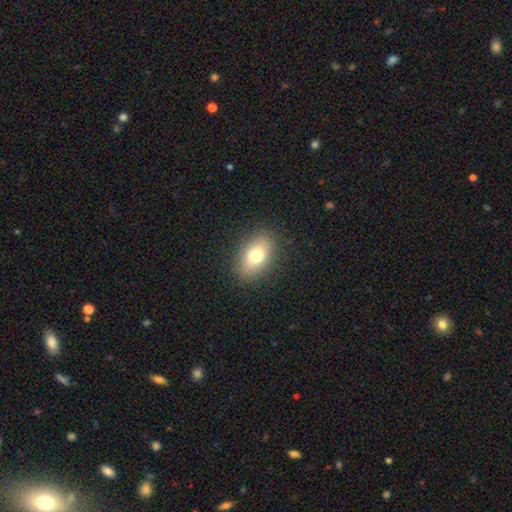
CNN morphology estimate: smooth 75%, featured or disk 15%, star or artifact 10%. Down the decision tree: how rounded — in between (85%); merging — none (87%).